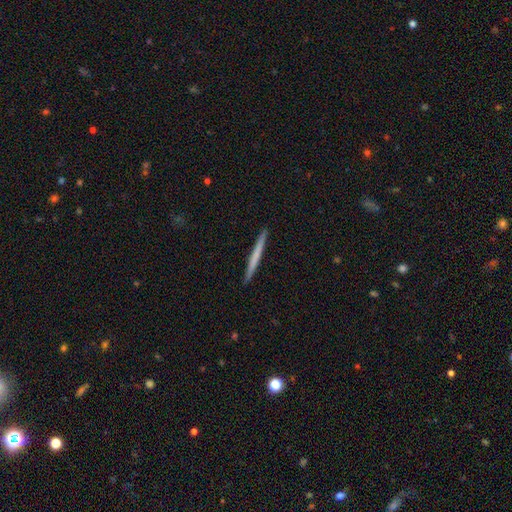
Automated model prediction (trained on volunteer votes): Overall: smooth (54%; featured or disk 41%). How rounded: cigar-shaped (97%). Merging: none (93%).